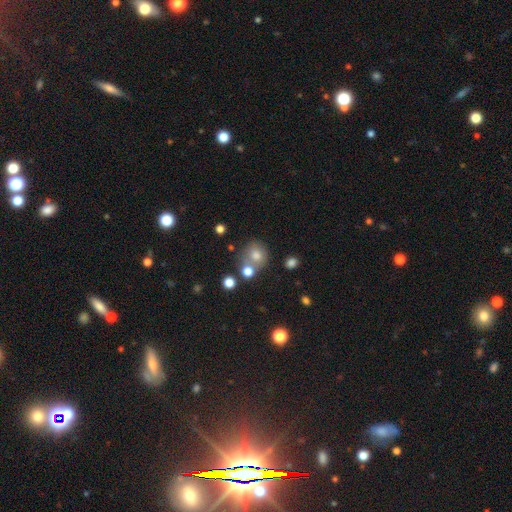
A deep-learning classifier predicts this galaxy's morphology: smooth-or-featured: smooth: 73% | star or artifact: 15% | featured or disk: 12%
  how-rounded: round: 81% | in between: 19% | cigar-shaped: 1%
  merging: none: 59% | merger: 23% | minor disturbance: 13% | major disturbance: 5%